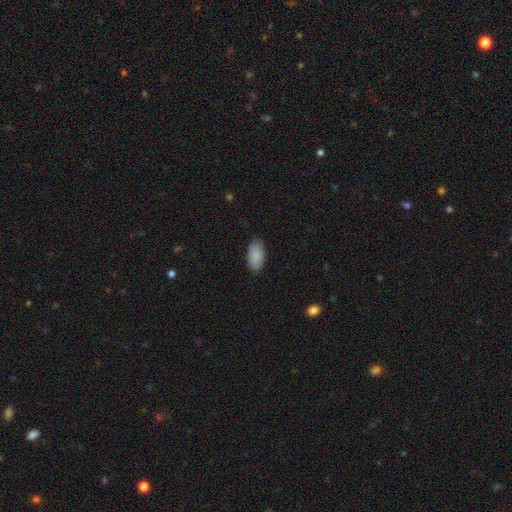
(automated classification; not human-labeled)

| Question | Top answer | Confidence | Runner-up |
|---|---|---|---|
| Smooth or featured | smooth | 88% | star or artifact (6%) |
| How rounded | in between | 95% | round (3%) |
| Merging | none | 84% | minor disturbance (12%) |